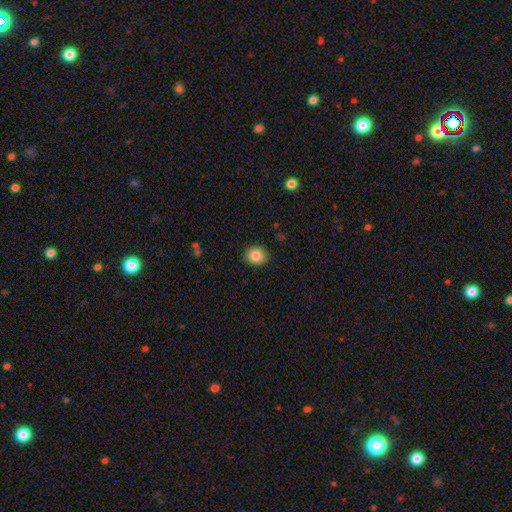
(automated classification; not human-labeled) Smooth or featured? Predicted: smooth (p=0.85). How rounded? Predicted: round (p=0.70). Merging? Predicted: none (p=0.87).